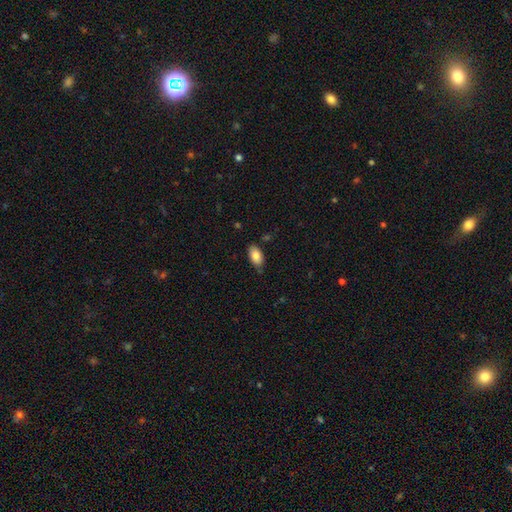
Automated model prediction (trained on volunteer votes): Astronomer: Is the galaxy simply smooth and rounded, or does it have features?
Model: smooth — 84%.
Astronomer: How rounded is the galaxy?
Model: in between — 94%.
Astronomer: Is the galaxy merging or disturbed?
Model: none — 77%.